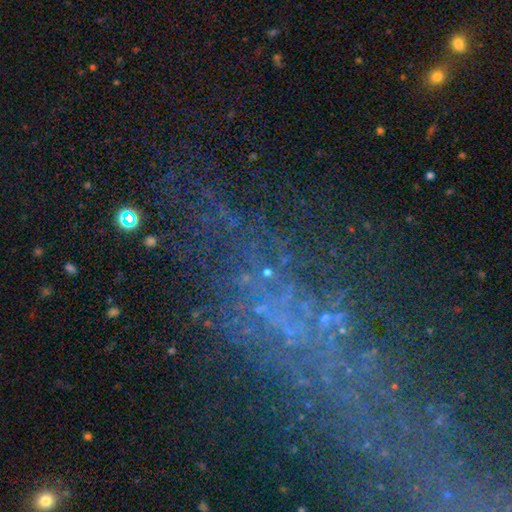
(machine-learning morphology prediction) type=star or artifact (45%).